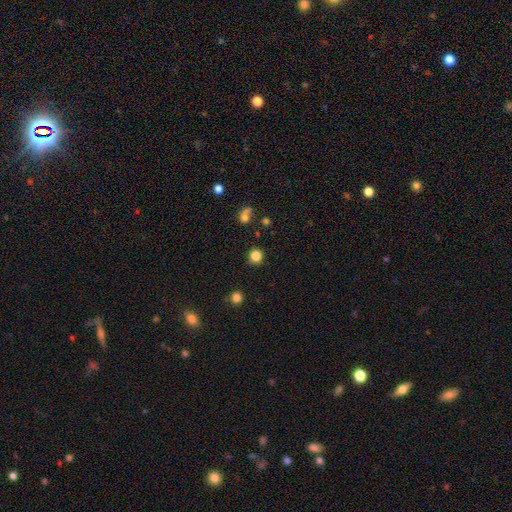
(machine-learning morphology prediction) The model was most divided on "smooth or featured": smooth: 83%, star or artifact: 13%, featured or disk: 4%. More confident: how rounded — round (93%); merging — none (87%).